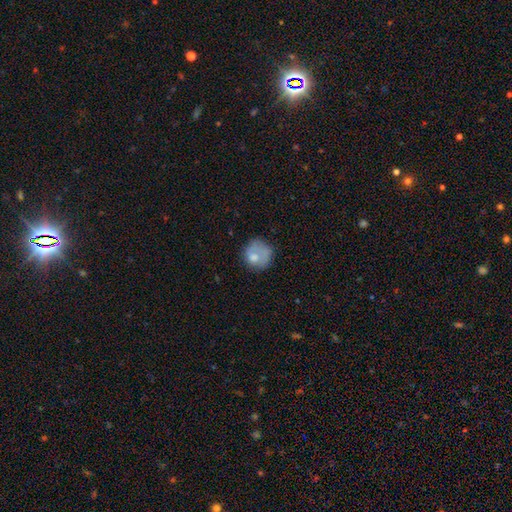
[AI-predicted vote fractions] Morphology: type=smooth (68%); roundness=round (80%); merging=none (50%).